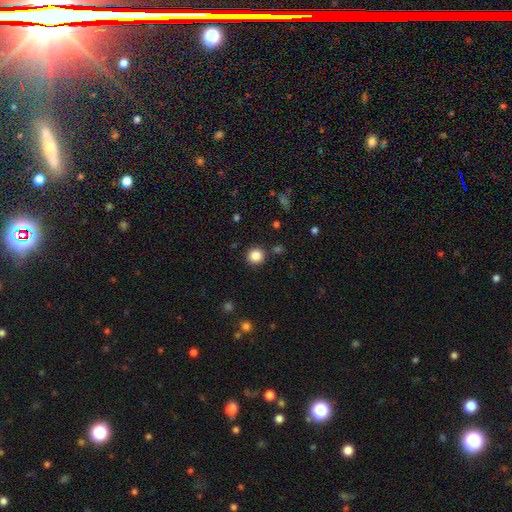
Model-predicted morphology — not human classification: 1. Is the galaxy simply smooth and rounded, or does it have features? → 85% smooth, 11% star or artifact, 4% featured or disk.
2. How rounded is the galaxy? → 93% round, 6% in between, 1% cigar-shaped.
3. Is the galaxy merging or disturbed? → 88% none, 6% minor disturbance, 3% merger, 2% major disturbance.